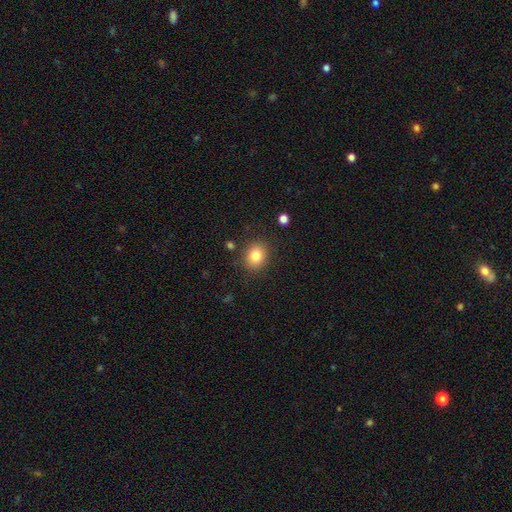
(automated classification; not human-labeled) Morphology: type=smooth (82%); roundness=round (68%); merging=none (87%).